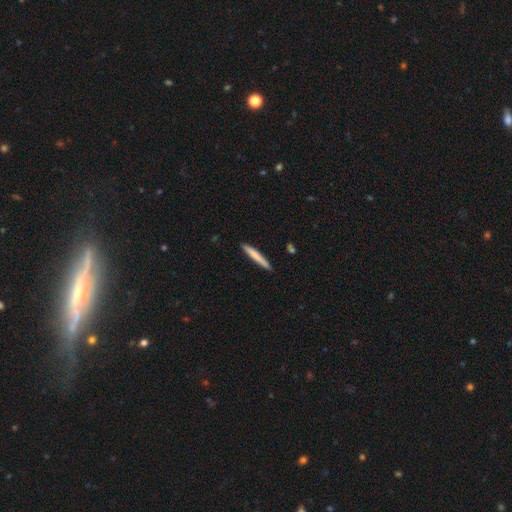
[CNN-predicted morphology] type=smooth (76%); roundness=cigar-shaped (95%); merging=none (90%).